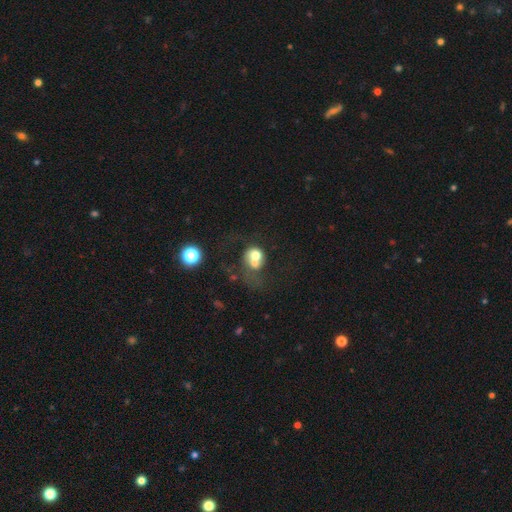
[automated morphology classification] Smooth or featured? Predicted: smooth (p=0.58). How rounded? Predicted: round (p=0.60). Merging? Predicted: merger (p=0.55).